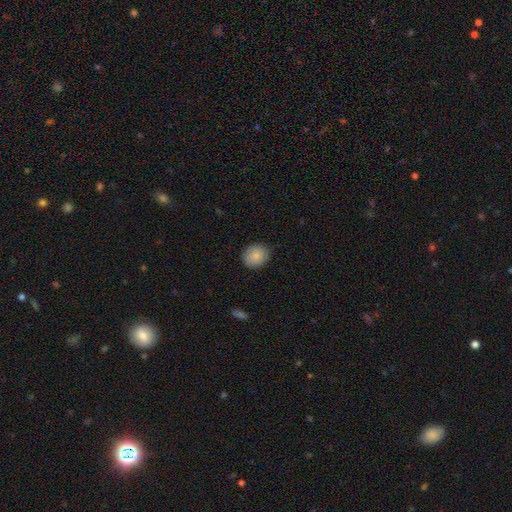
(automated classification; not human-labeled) This is clearly a smooth galaxy (84%). How rounded: likely round (72%). Merging: clearly none (85%).